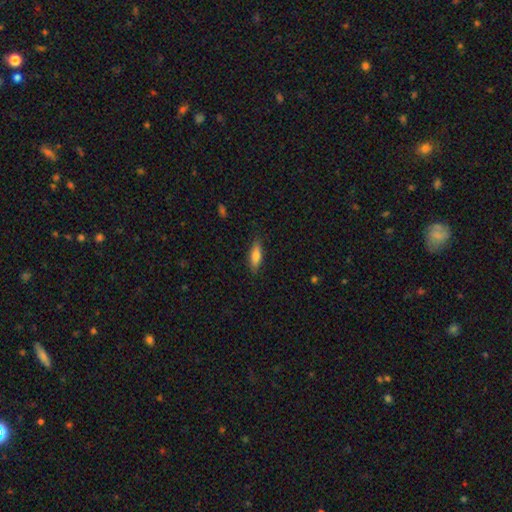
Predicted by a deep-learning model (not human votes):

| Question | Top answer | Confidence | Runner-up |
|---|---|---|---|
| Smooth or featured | smooth | 78% | featured or disk (16%) |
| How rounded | in between | 53% | cigar-shaped (45%) |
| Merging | none | 84% | minor disturbance (12%) |